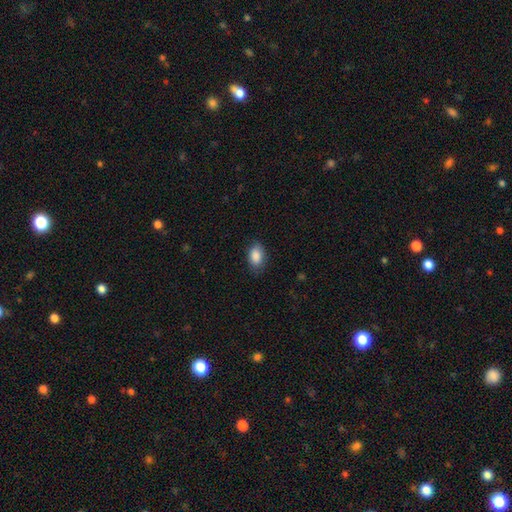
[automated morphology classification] Smooth or featured? smooth (88%)
How rounded? in between (89%)
Merging? none (81%)